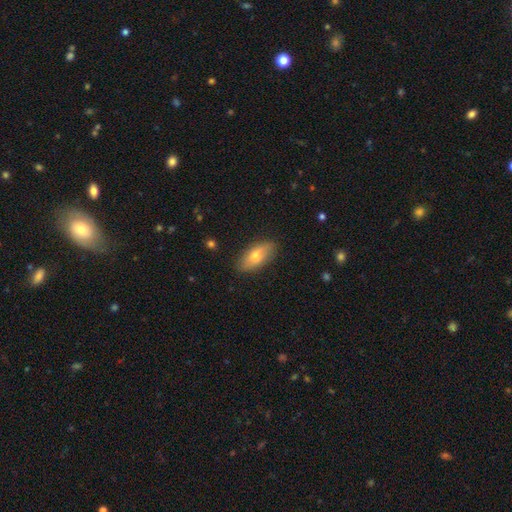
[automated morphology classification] Q: Smooth or featured?
A: smooth (68%); runner-up: featured or disk (25%)
Q: How rounded?
A: in between (85%); runner-up: cigar-shaped (11%)
Q: Merging?
A: none (85%); runner-up: minor disturbance (12%)